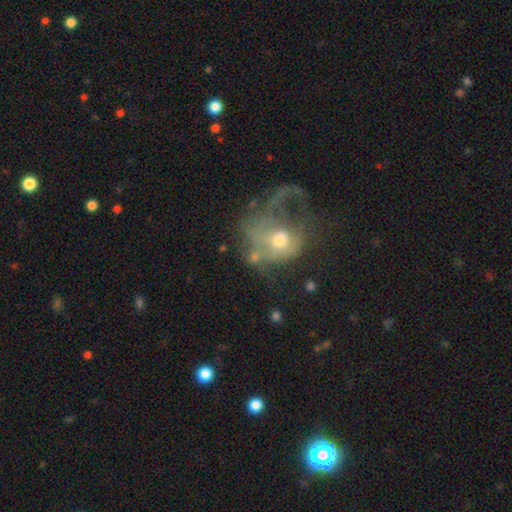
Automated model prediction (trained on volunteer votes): This is possibly a featured or disk galaxy (55%). It is clearly not viewed edge-on (97%). Bar: likely no (77%). Spiral arm pattern: possibly no (59%). Central bulge: likely moderate (61%). Merging: possibly major disturbance (58%).